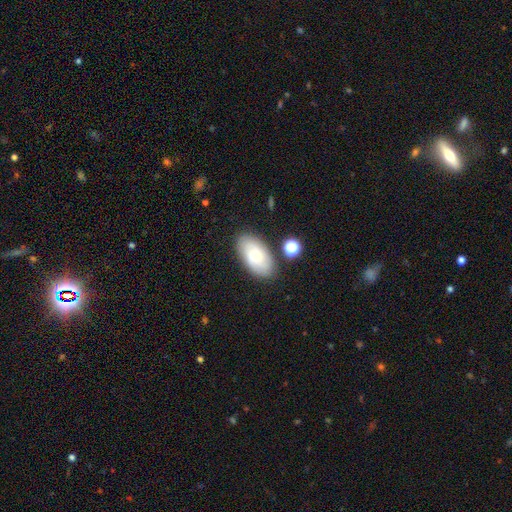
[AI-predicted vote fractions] smooth-or-featured: smooth: 63% | featured or disk: 29% | star or artifact: 8%
  how-rounded: in between: 93% | round: 5% | cigar-shaped: 2%
  merging: none: 82% | minor disturbance: 11% | merger: 4% | major disturbance: 3%